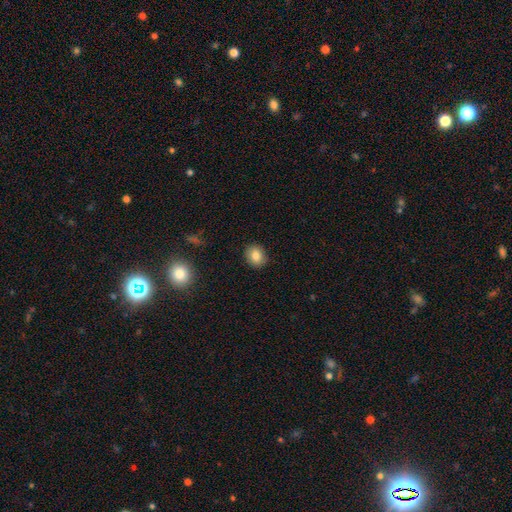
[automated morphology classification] This is clearly a smooth galaxy (84%). How rounded: likely round (74%). Merging: clearly none (90%).